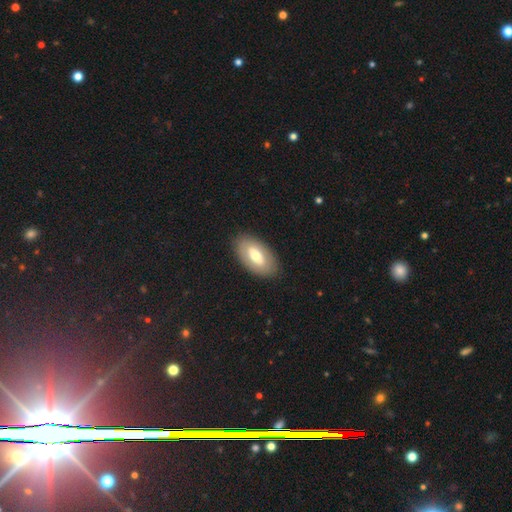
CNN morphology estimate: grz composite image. It shows a smooth galaxy with no disk features (60%) that is in between round and cigar-shaped (94%). Merging: none (87%).